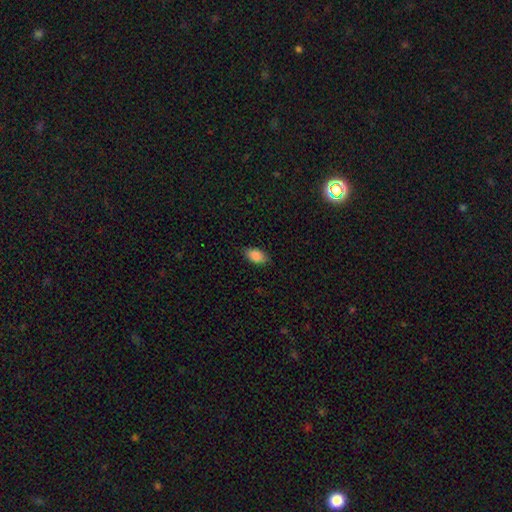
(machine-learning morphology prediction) type=smooth (88%); roundness=in between (92%); merging=none (84%).